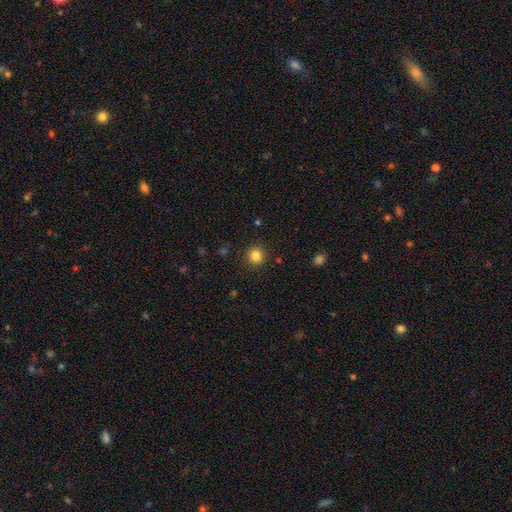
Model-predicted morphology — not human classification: Smooth or featured? Predicted: smooth (p=0.84). How rounded? Predicted: round (p=0.92). Merging? Predicted: none (p=0.90).